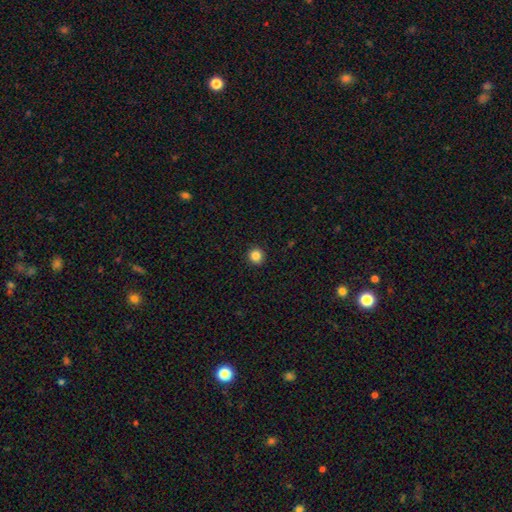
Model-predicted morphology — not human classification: Smooth or featured? Predicted: smooth (p=0.85). How rounded? Predicted: round (p=0.94). Merging? Predicted: none (p=0.93).